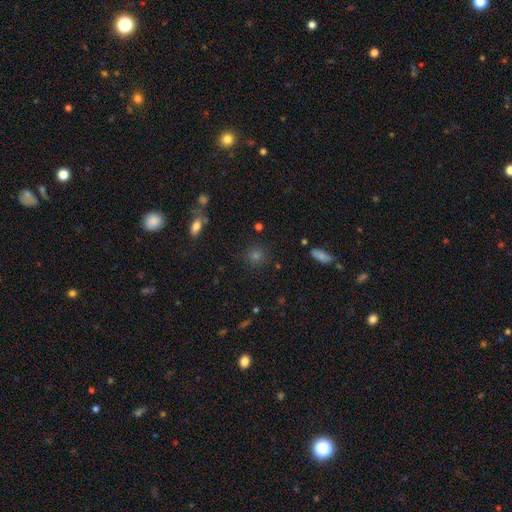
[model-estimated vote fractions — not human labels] smooth 61%, star or artifact 30%, featured or disk 9%. Down the decision tree: how rounded — round (88%); merging — none (87%).